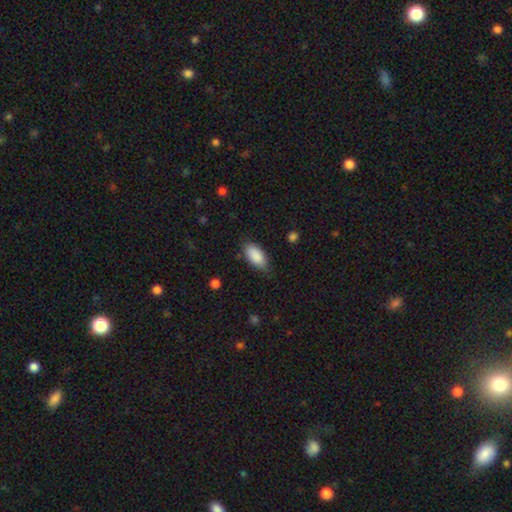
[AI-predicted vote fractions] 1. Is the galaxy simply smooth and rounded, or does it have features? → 89% smooth, 6% star or artifact, 5% featured or disk.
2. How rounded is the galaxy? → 91% in between, 6% cigar-shaped, 2% round.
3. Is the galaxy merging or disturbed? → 74% none, 21% minor disturbance, 4% major disturbance, 1% merger.